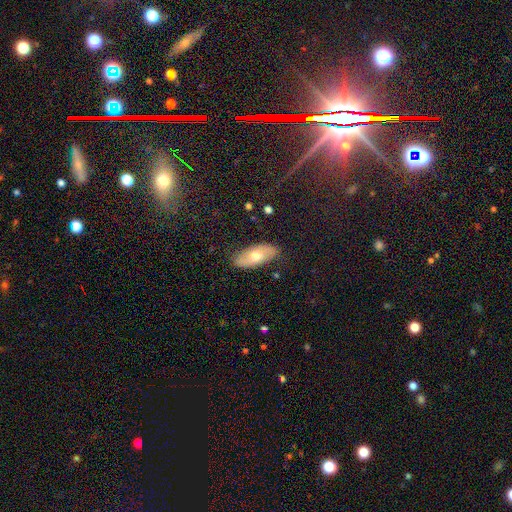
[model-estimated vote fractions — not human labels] Morphology: type=smooth (61%); roundness=in between (87%); merging=none (83%).